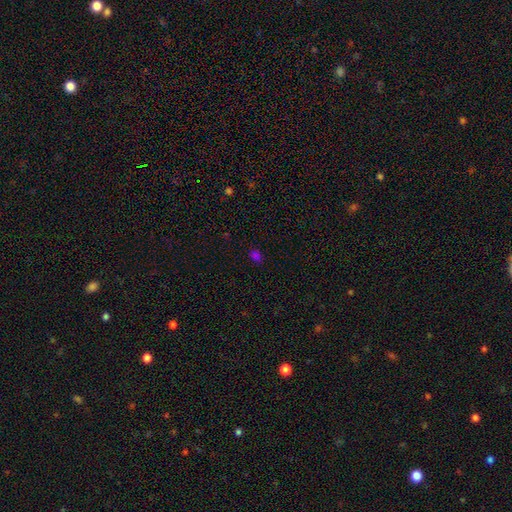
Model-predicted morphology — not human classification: Smooth or featured? smooth (71%)
How rounded? in between (68%)
Merging? none (84%)